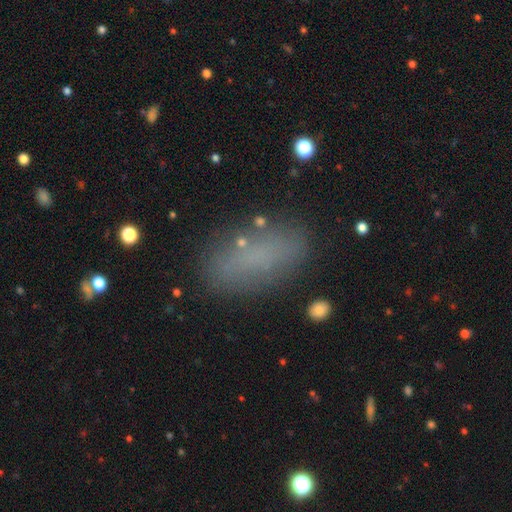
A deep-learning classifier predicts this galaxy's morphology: Smooth or featured? smooth (72%)
How rounded? in between (80%)
Merging? none (80%)